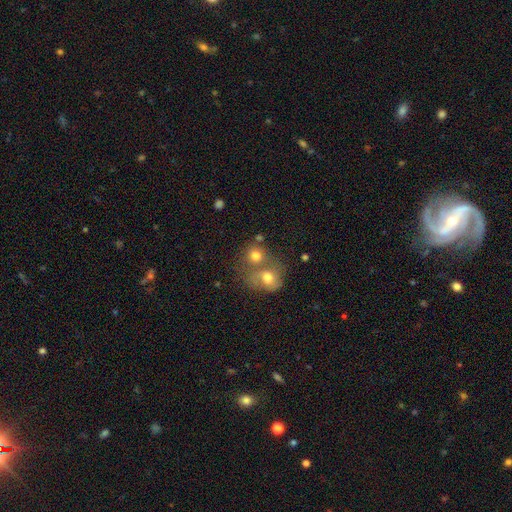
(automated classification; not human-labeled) Smooth or featured: smooth — 74% (featured or disk — 15%)
How rounded: round — 74% (in between — 25%)
Merging: merger — 53% (none — 33%)